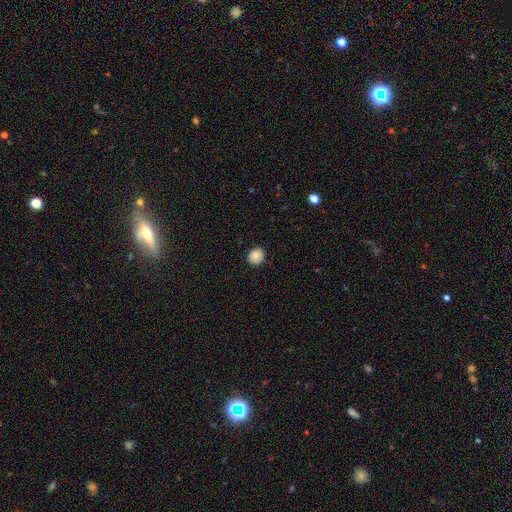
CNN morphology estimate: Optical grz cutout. It shows a smooth galaxy with no disk features (85%) that is round (77%). Merging: none (84%).